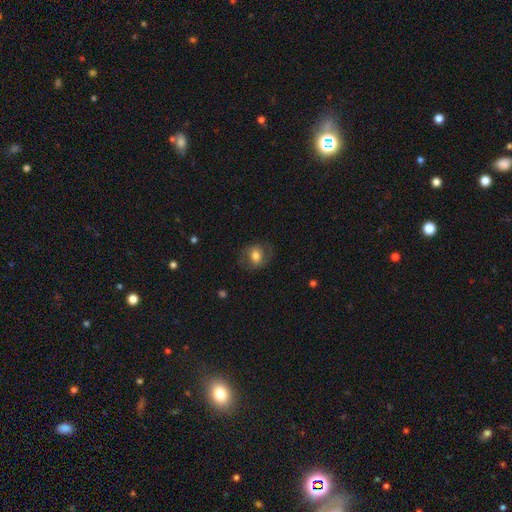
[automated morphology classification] Q: Smooth or featured?
A: smooth (64%); runner-up: featured or disk (28%)
Q: How rounded?
A: round (52%); runner-up: in between (47%)
Q: Merging?
A: none (72%); runner-up: minor disturbance (17%)